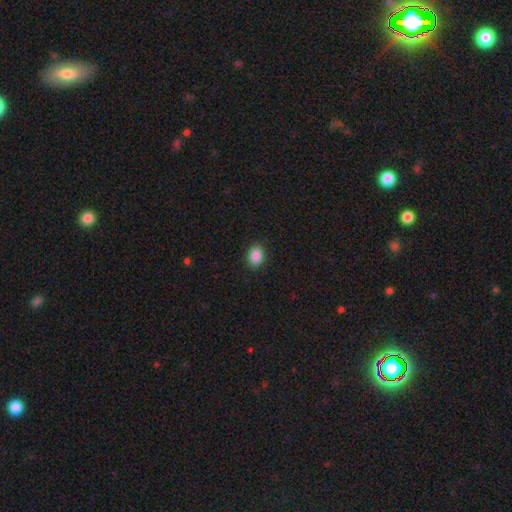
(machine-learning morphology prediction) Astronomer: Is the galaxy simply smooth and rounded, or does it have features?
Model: smooth — 87%.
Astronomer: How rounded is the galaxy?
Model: in between — 72%.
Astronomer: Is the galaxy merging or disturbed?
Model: none — 88%.